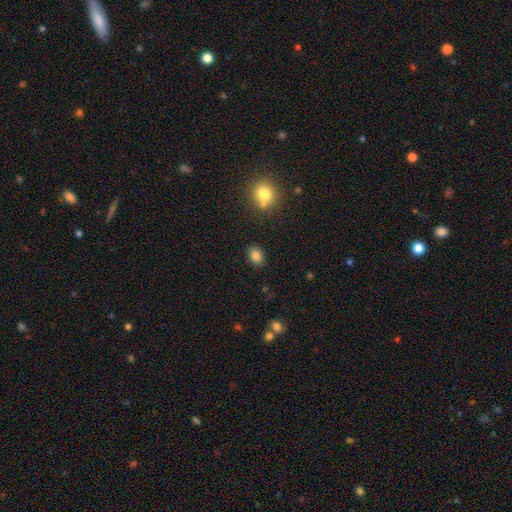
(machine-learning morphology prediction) Smooth or featured: smooth — 83% (star or artifact — 11%)
How rounded: in between — 65% (round — 34%)
Merging: none — 86% (minor disturbance — 9%)